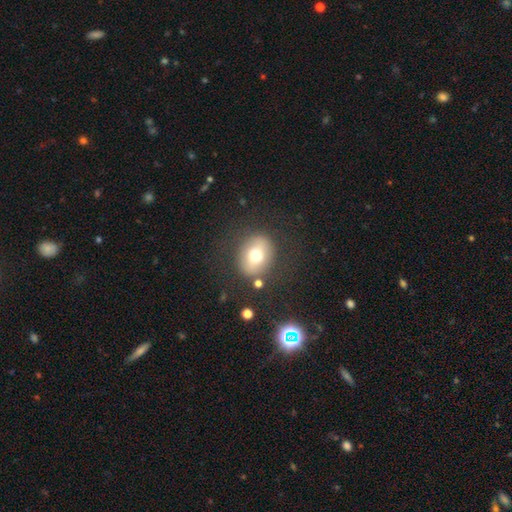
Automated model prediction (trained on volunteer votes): Smooth or featured: smooth — 64% (featured or disk — 25%)
How rounded: round — 55% (in between — 44%)
Merging: none — 80% (minor disturbance — 11%)